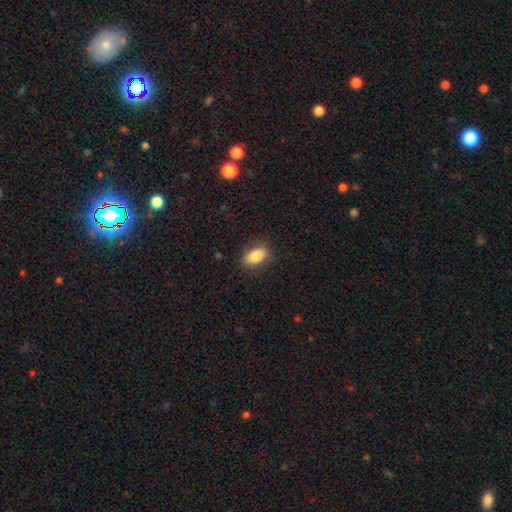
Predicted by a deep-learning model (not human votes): A smooth galaxy with no disk features (83%) that is in between round and cigar-shaped (89%).

Vote fractions:
- Smooth or featured? smooth: 83% / featured or disk: 9% / star or artifact: 8%
- How rounded? in between: 89% / round: 7% / cigar-shaped: 5%
- Merging? none: 84% / minor disturbance: 12% / major disturbance: 3% / merger: 1%